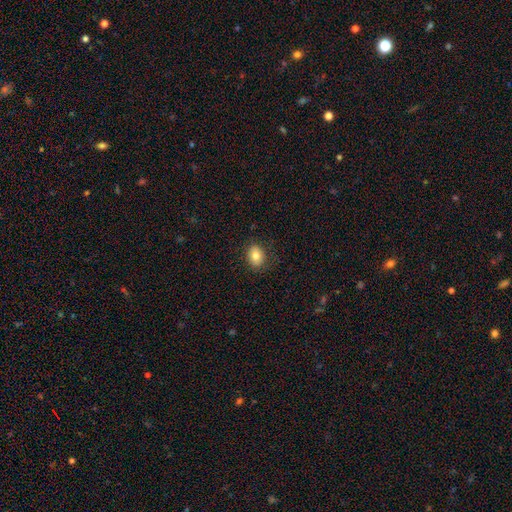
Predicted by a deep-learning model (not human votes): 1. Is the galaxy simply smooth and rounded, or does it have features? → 81% smooth, 10% featured or disk, 9% star or artifact.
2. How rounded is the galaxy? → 58% in between, 41% round, 1% cigar-shaped.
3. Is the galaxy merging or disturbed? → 84% none, 12% minor disturbance, 3% major disturbance, 1% merger.